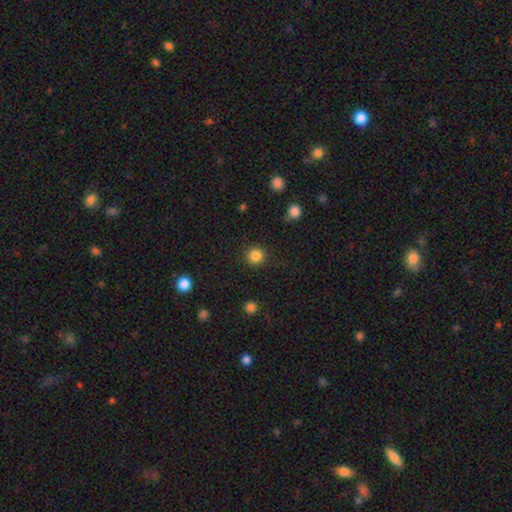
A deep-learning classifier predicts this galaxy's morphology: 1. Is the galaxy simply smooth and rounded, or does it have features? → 85% smooth, 12% star or artifact, 4% featured or disk.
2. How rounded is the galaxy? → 93% round, 6% in between, 1% cigar-shaped.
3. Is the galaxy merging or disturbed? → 89% none, 7% minor disturbance, 3% major disturbance, 1% merger.